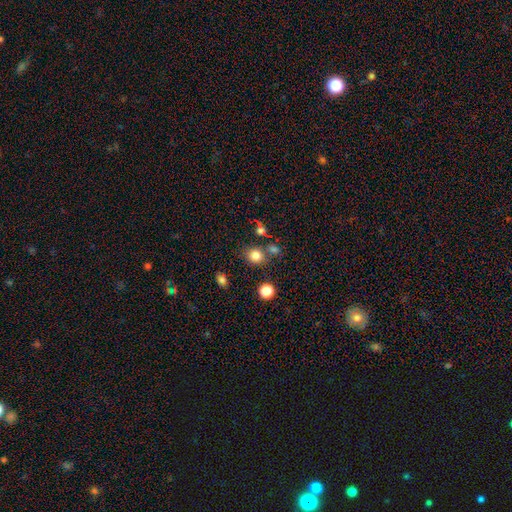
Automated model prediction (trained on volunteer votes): smooth 81%, star or artifact 13%, featured or disk 6%. Down the decision tree: how rounded — round (73%); merging — none (73%).